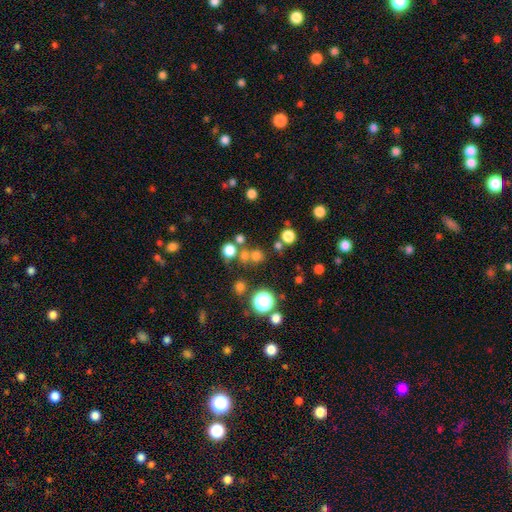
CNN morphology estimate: Smooth or featured?
  - smooth: 65% *
  - star or artifact: 26%
  - featured or disk: 8%
How rounded?
  - round: 89% *
  - in between: 10%
  - cigar-shaped: 1%
Merging?
  - none: 66% *
  - merger: 21%
  - minor disturbance: 9%
  - major disturbance: 5%